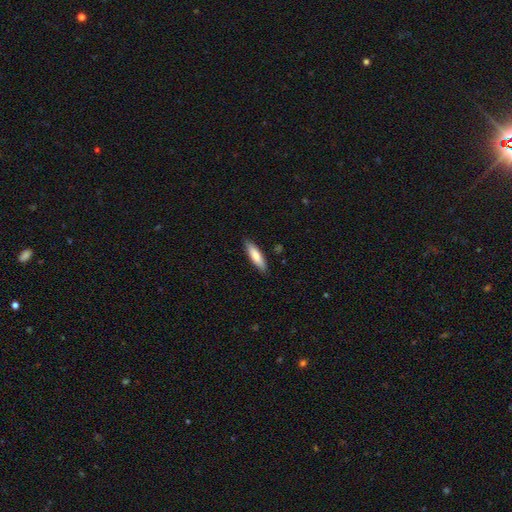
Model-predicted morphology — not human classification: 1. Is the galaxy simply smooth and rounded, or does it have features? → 78% smooth, 16% featured or disk, 5% star or artifact.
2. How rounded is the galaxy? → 67% cigar-shaped, 32% in between, 1% round.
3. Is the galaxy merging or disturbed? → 88% none, 9% minor disturbance, 2% major disturbance, 1% merger.